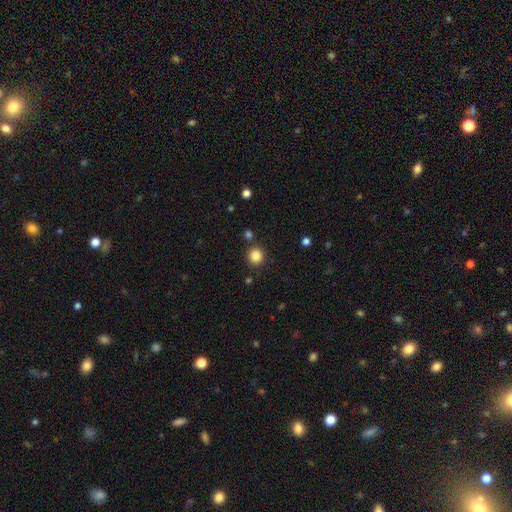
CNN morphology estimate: Overall: smooth (84%). How rounded: round (91%). Merging: none (87%).